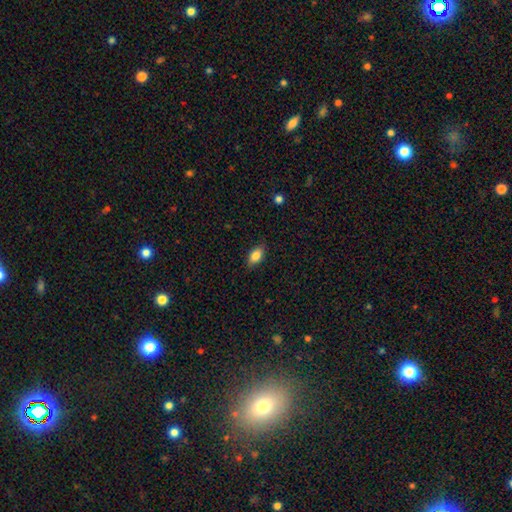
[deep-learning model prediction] A smooth galaxy with no disk features (84%) that is in between round and cigar-shaped (89%). Merging: none (85%).